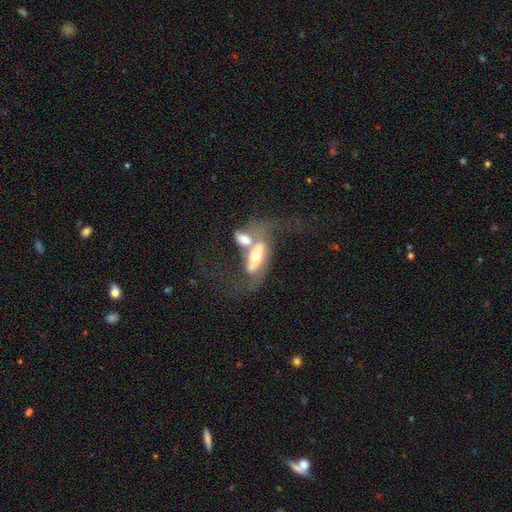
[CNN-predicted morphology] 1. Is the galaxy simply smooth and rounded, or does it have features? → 66% featured or disk, 27% smooth, 7% star or artifact.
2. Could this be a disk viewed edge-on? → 78% no, 22% yes.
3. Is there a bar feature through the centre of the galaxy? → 45% no, 30% strong, 25% weak.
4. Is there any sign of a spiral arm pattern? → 66% yes, 34% no.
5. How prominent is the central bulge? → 57% moderate, 23% small, 14% large, 3% none, 3% dominant.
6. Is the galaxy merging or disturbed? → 64% merger, 15% none, 13% major disturbance, 7% minor disturbance.